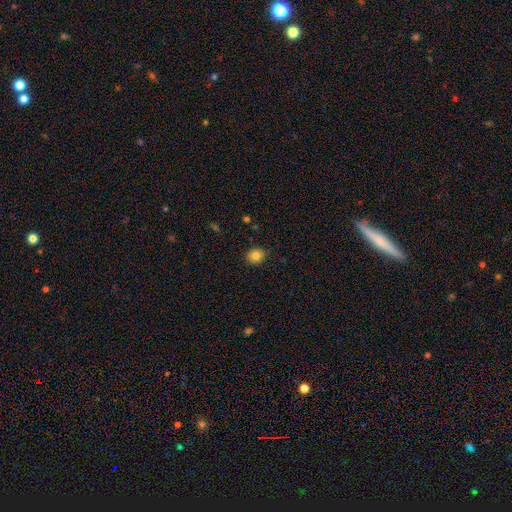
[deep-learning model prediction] A smooth galaxy with no disk features (83%) that is round (79%). Merging: none (88%).